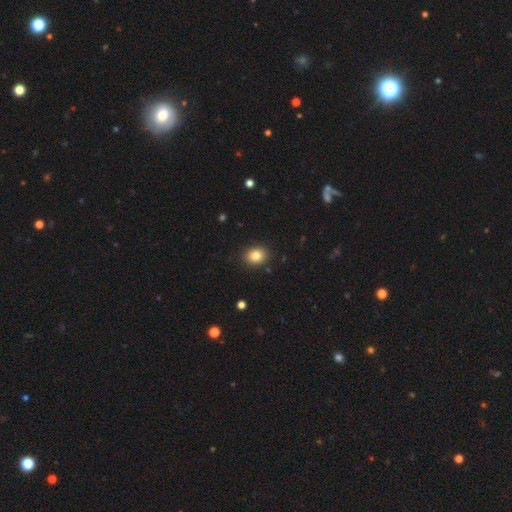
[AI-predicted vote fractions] Smooth or featured? smooth (84%)
How rounded? round (55%)
Merging? none (90%)